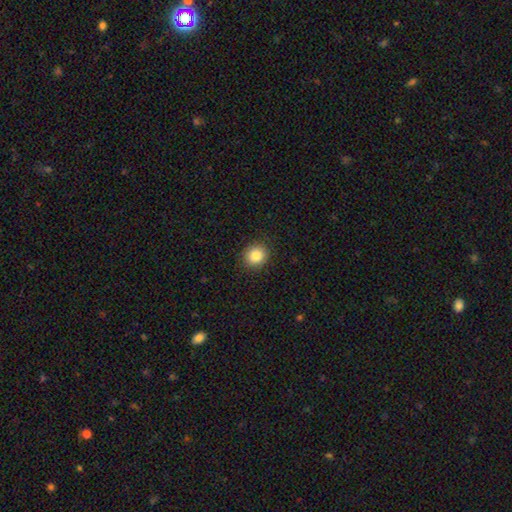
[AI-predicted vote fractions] smooth 85%, star or artifact 10%, featured or disk 5%. Down the decision tree: how rounded — round (84%); merging — none (90%).